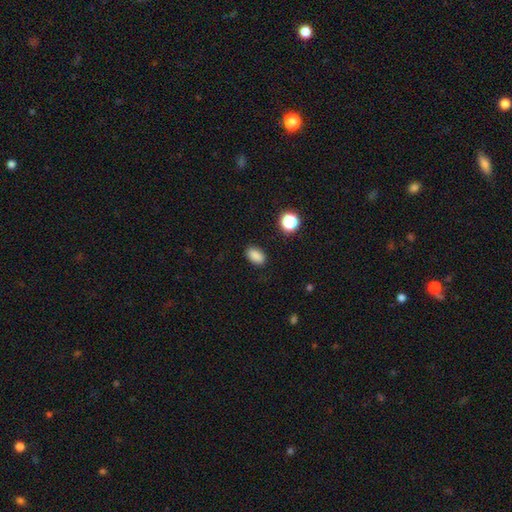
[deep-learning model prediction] This appears to be a smooth galaxy with no disk features (86%) that is in between round and cigar-shaped (87%). Merging: none (87%).